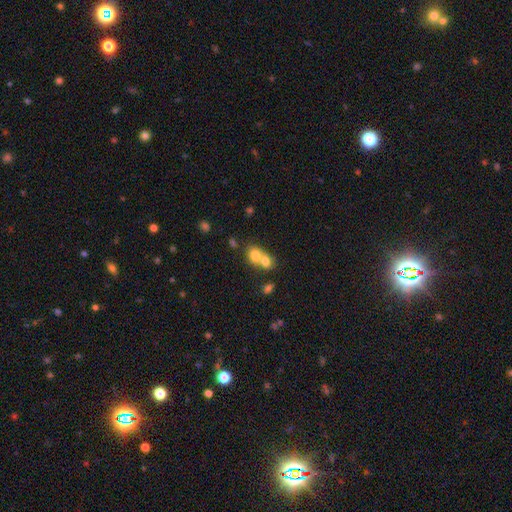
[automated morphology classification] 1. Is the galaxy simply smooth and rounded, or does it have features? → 74% smooth, 16% featured or disk, 10% star or artifact.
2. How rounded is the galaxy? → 54% round, 45% in between, 1% cigar-shaped.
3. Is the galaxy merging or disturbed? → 68% merger, 23% none, 6% minor disturbance, 3% major disturbance.